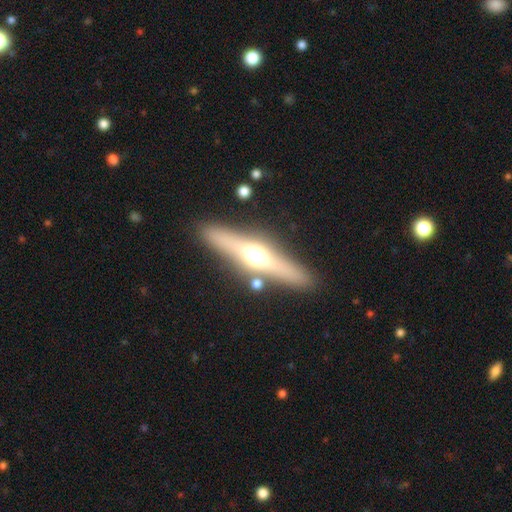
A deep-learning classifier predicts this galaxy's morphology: Smooth or featured?
  - featured or disk: 61% *
  - smooth: 32%
  - star or artifact: 7%
Edge-on disk?
  - yes: 92% *
  - no: 8%
Edge-on bulge?
  - rounded: 94% *
  - boxy: 3%
  - none: 3%
Merging?
  - none: 86% *
  - minor disturbance: 8%
  - merger: 3%
  - major disturbance: 2%